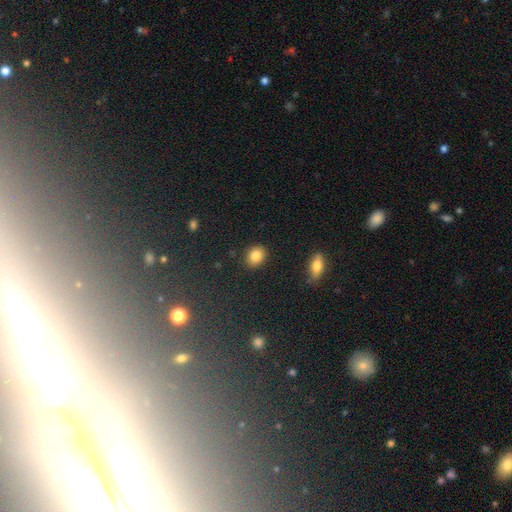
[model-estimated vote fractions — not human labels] Smooth or featured? Predicted: smooth (p=0.85). How rounded? Predicted: round (p=0.50). Merging? Predicted: none (p=0.88).